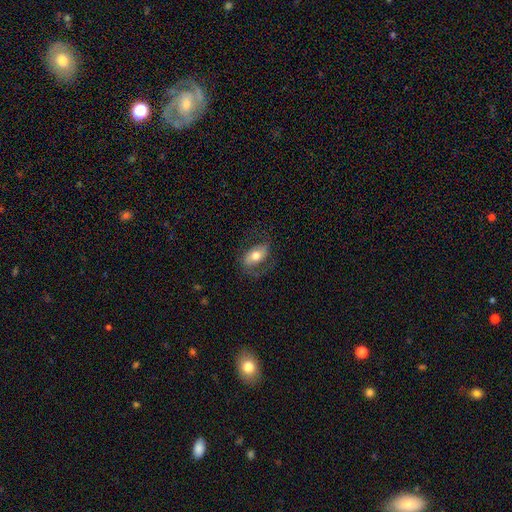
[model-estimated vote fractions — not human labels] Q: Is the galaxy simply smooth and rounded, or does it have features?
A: smooth — 52%.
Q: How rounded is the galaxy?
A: in between — 89%.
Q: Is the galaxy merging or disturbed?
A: none — 66%.